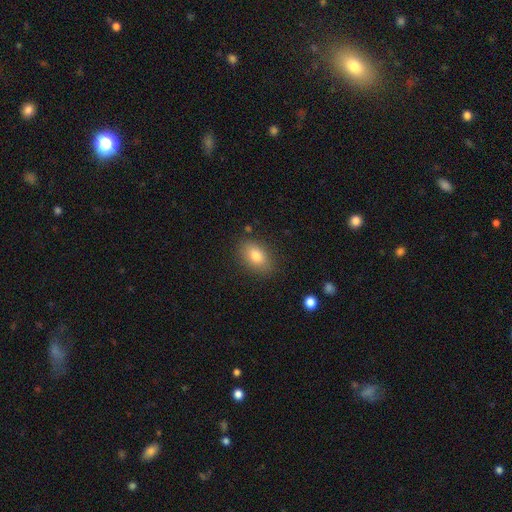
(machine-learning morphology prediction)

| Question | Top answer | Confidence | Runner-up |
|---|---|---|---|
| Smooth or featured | smooth | 81% | featured or disk (11%) |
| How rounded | in between | 85% | round (12%) |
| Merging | none | 84% | minor disturbance (11%) |